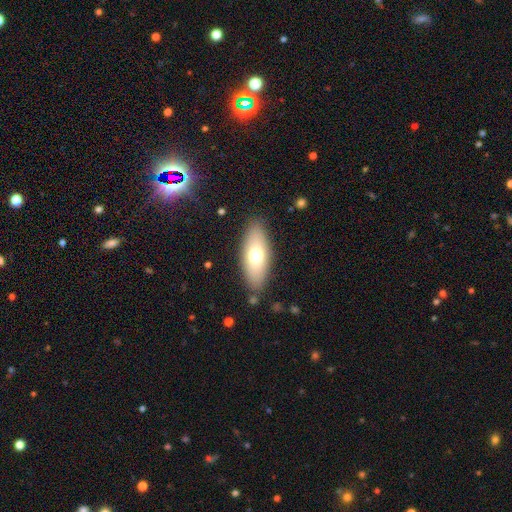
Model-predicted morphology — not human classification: type=smooth (68%); roundness=in between (76%); merging=none (85%).